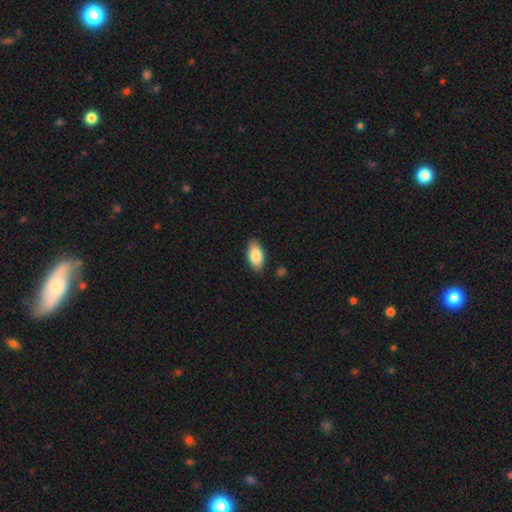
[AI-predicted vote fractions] A smooth galaxy with no disk features (84%) that is in between round and cigar-shaped (93%). Merging: none (85%).